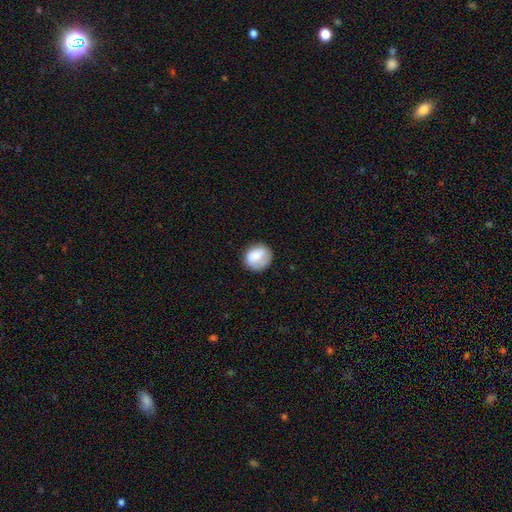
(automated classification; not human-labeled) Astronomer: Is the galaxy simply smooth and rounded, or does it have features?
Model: smooth — 79%.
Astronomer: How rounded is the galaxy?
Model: round — 73%.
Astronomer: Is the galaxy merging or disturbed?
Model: none — 72%.